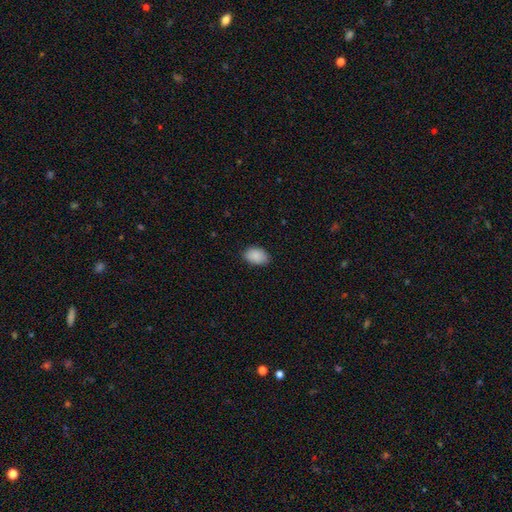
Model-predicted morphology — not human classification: Q: Smooth or featured?
A: smooth (90%); runner-up: star or artifact (7%)
Q: How rounded?
A: in between (87%); runner-up: round (11%)
Q: Merging?
A: none (83%); runner-up: minor disturbance (14%)